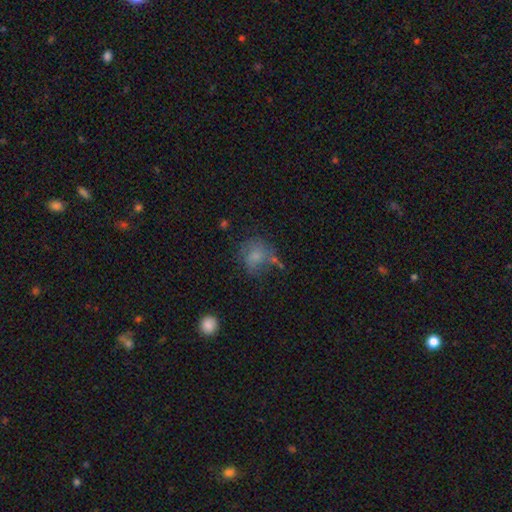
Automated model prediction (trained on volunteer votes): Smooth or featured? smooth (66%)
How rounded? round (71%)
Merging? none (48%)